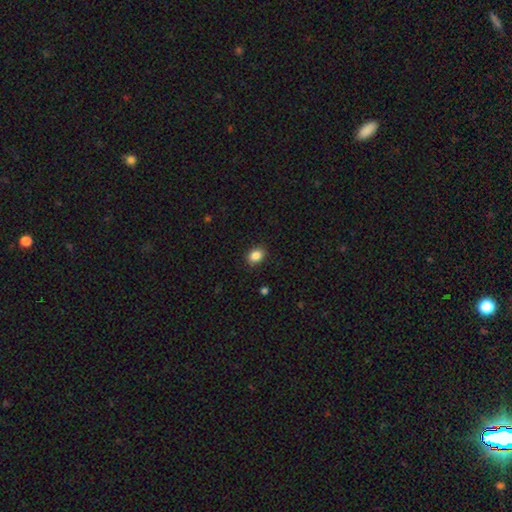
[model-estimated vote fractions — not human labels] Smooth or featured: smooth — 87% (star or artifact — 9%)
How rounded: in between — 62% (round — 37%)
Merging: none — 88% (minor disturbance — 8%)